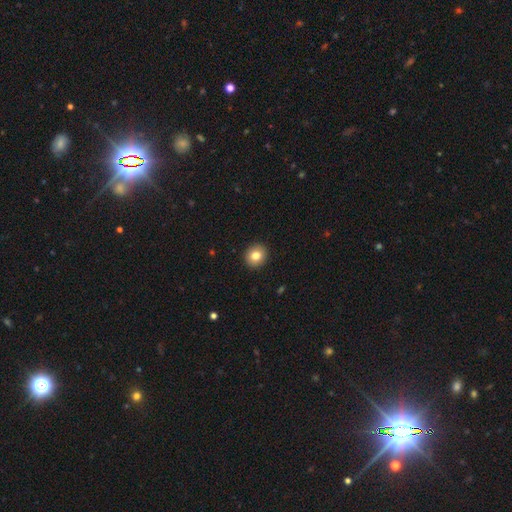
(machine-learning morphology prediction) Smooth or featured? Predicted: smooth (p=0.82). How rounded? Predicted: round (p=0.83). Merging? Predicted: none (p=0.92).